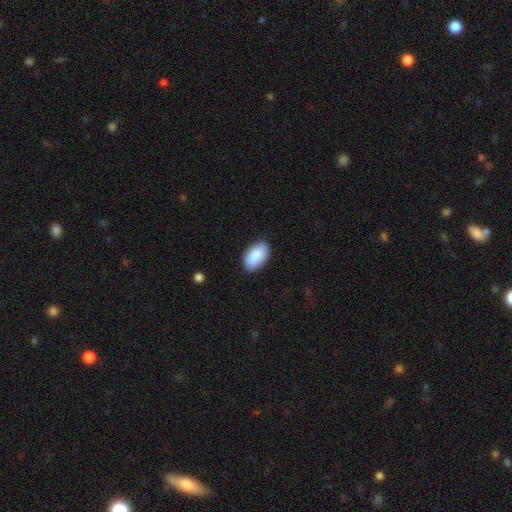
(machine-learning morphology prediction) smooth 89%, star or artifact 6%, featured or disk 5%. Down the decision tree: how rounded — in between (94%); merging — none (87%).